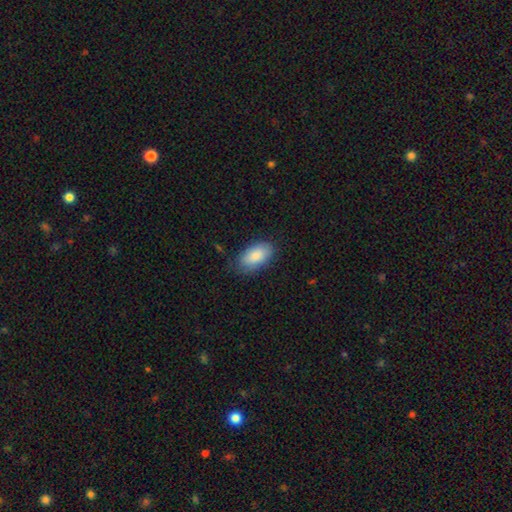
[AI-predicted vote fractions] A smooth galaxy with no disk features (86%) that is in between round and cigar-shaped (94%). Merging: none (78%).